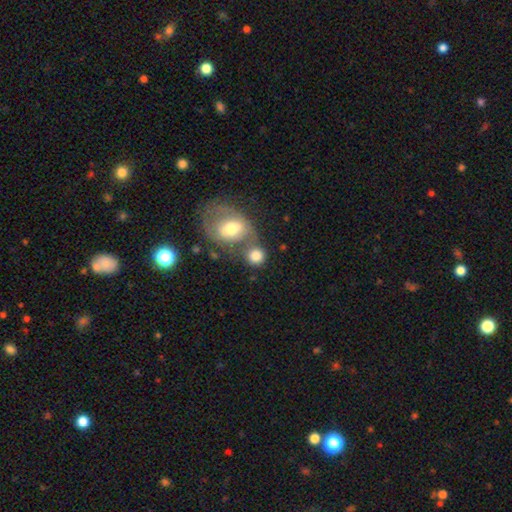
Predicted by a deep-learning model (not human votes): This is likely a smooth galaxy (79%). How rounded: clearly round (80%). Merging: marginally none (42%).